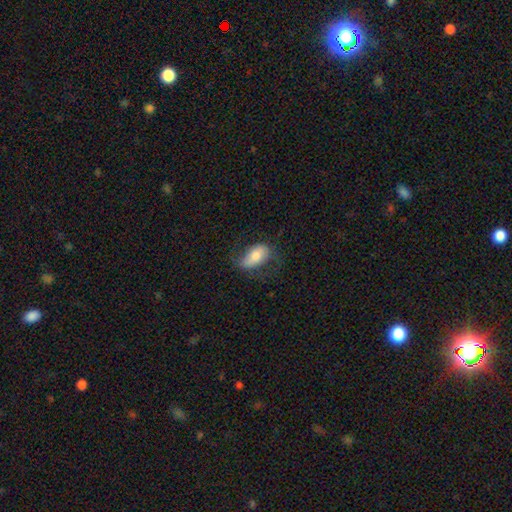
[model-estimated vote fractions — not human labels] Smooth or featured? Predicted: smooth (p=0.65). How rounded? Predicted: in between (p=0.91). Merging? Predicted: none (p=0.61).